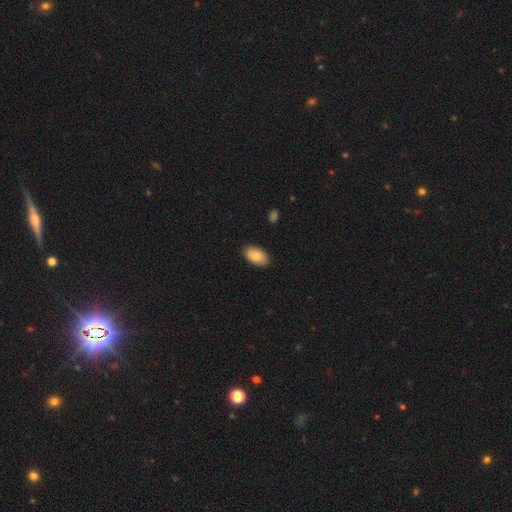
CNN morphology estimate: The model was most divided on "smooth or featured": smooth: 84%, featured or disk: 10%, star or artifact: 6%. More confident: how rounded — in between (94%); merging — none (87%).